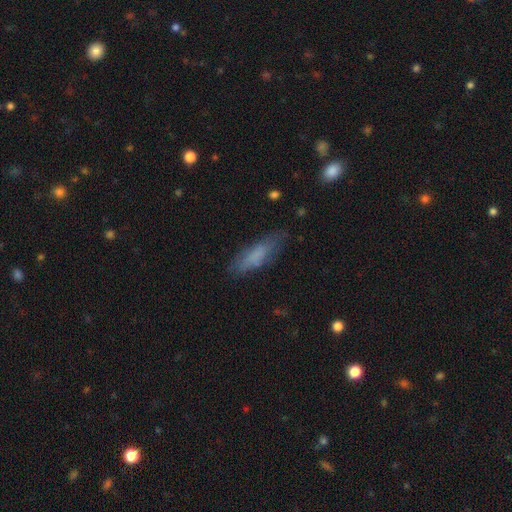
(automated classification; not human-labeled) Smooth or featured: smooth — 71% (featured or disk — 21%)
How rounded: cigar-shaped — 59% (in between — 40%)
Merging: none — 73% (minor disturbance — 19%)